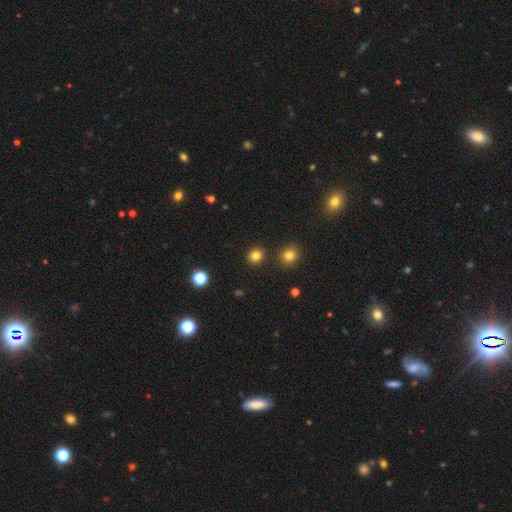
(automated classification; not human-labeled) Smooth or featured?
  - smooth: 82% *
  - star or artifact: 13%
  - featured or disk: 5%
How rounded?
  - round: 85% *
  - in between: 14%
  - cigar-shaped: 1%
Merging?
  - none: 89% *
  - minor disturbance: 6%
  - merger: 3%
  - major disturbance: 2%